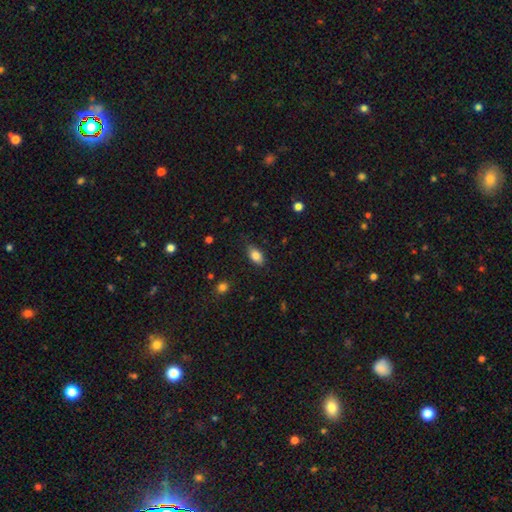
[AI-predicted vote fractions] Morphology: type=smooth (84%); roundness=in between (91%); merging=none (78%).